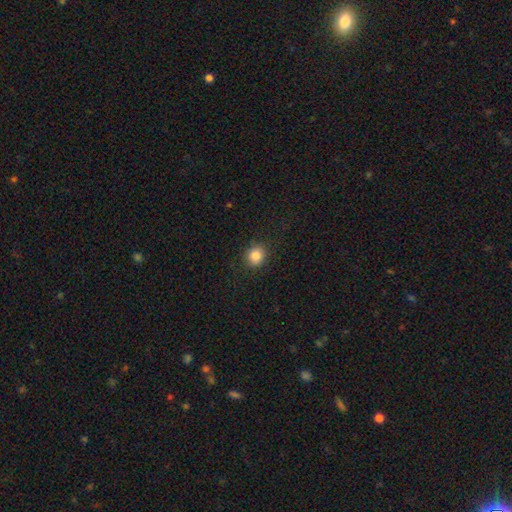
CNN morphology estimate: The model was most divided on "how rounded": round: 84%, in between: 16%, cigar-shaped: 1%. More confident: merging — none (89%); smooth or featured — smooth (84%).